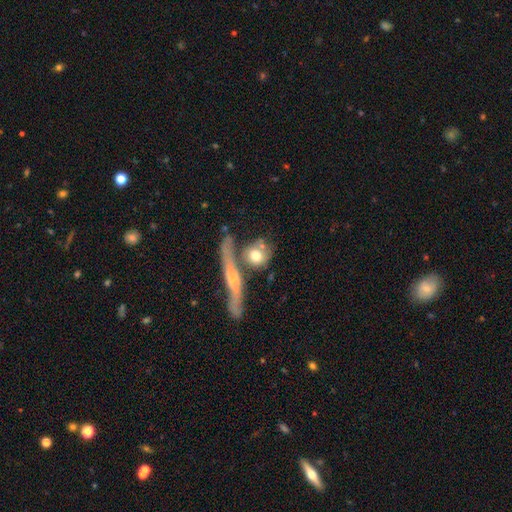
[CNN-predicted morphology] Smooth or featured: smooth — 61% (featured or disk — 33%)
How rounded: round — 64% (in between — 23%)
Merging: none — 46% (merger — 34%)